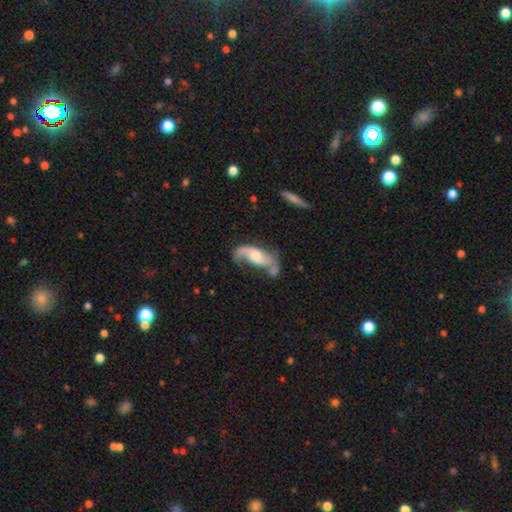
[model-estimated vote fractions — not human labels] Morphology: type=featured or disk (77%); edge-on=no (93%); bar=no (56%); spiral arms=yes (92%); winding=loose (63%); arm count=2 (82%); bulge=moderate (50%); merging=none (43%).